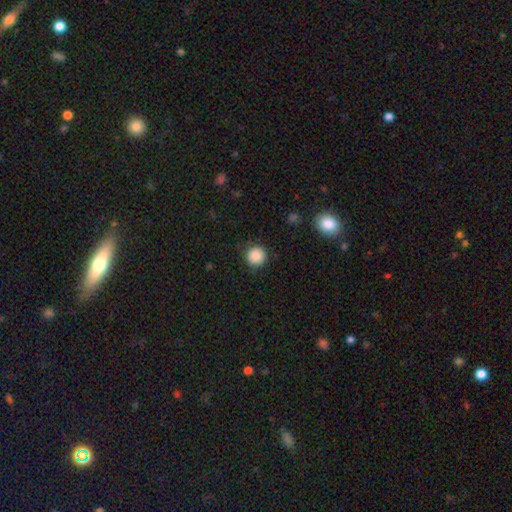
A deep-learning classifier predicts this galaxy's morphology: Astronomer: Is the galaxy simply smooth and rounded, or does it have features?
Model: smooth — 88%.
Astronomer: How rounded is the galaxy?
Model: round — 95%.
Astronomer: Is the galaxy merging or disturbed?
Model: none — 88%.